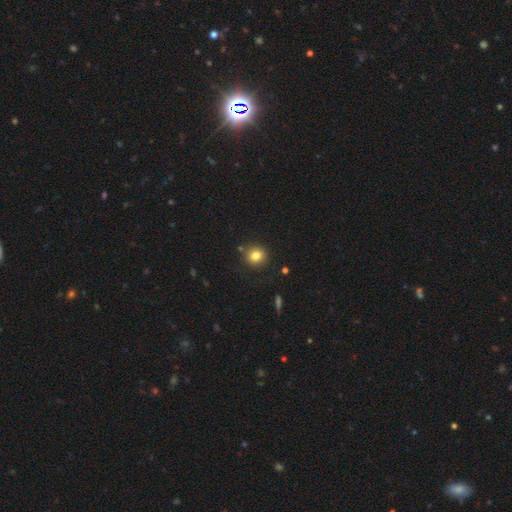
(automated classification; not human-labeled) Smooth or featured: smooth — 81% (star or artifact — 12%)
How rounded: round — 88% (in between — 11%)
Merging: none — 86% (minor disturbance — 8%)